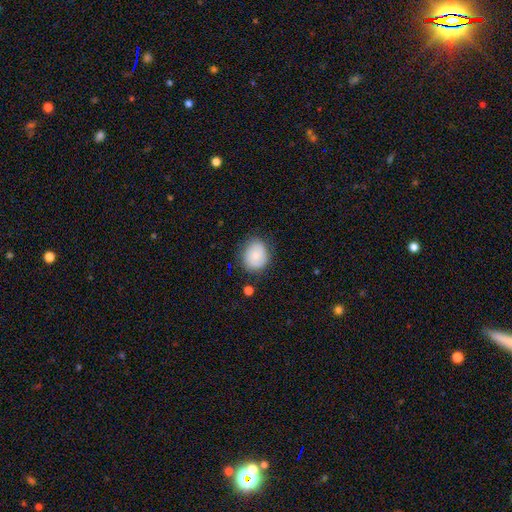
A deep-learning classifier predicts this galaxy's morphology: The model was most divided on "how rounded": round: 59%, in between: 40%, cigar-shaped: 1%. More confident: merging — none (75%); smooth or featured — smooth (66%).